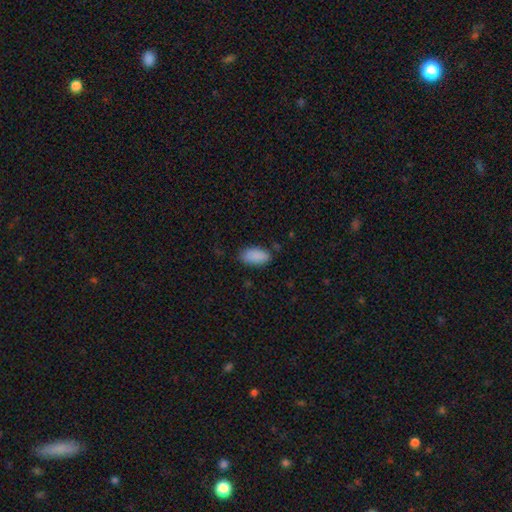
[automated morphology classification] Q: Smooth or featured?
A: smooth (90%); runner-up: star or artifact (7%)
Q: How rounded?
A: in between (94%); runner-up: cigar-shaped (4%)
Q: Merging?
A: none (80%); runner-up: minor disturbance (16%)